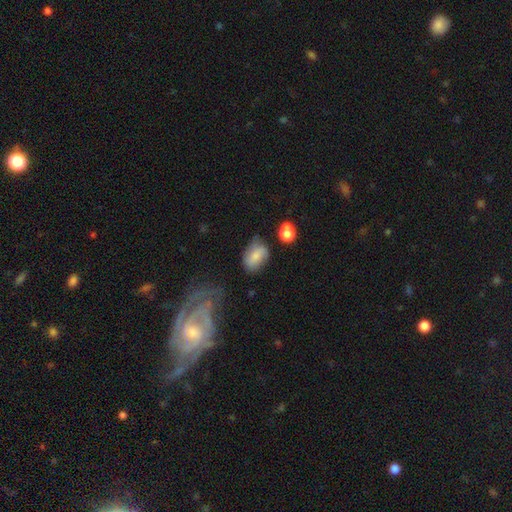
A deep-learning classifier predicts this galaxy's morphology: The model was most divided on "merging": none: 58%, minor disturbance: 28%, major disturbance: 8%, merger: 6%. More confident: how rounded — in between (83%); smooth or featured — smooth (75%).